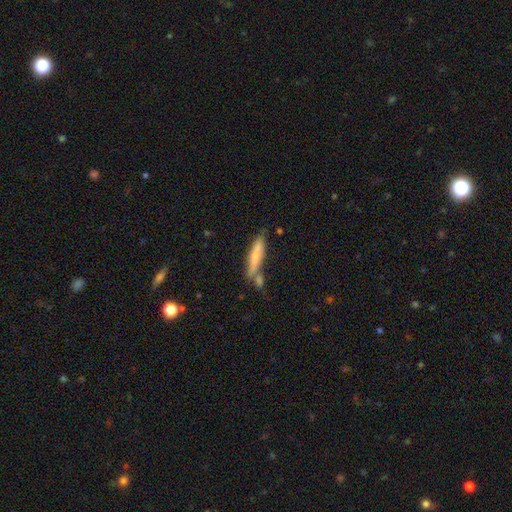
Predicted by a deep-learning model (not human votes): Smooth or featured?
  - smooth: 64% *
  - featured or disk: 30%
  - star or artifact: 6%
How rounded?
  - cigar-shaped: 85% *
  - in between: 14%
  - round: 2%
Merging?
  - none: 62% *
  - minor disturbance: 17%
  - merger: 17%
  - major disturbance: 5%